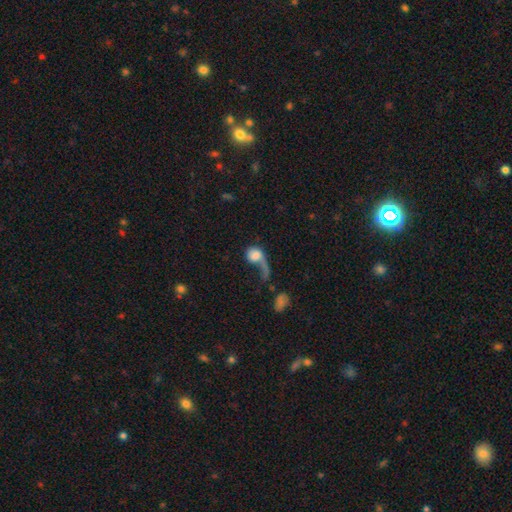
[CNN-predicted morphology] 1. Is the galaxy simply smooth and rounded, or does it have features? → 60% smooth, 31% featured or disk, 9% star or artifact.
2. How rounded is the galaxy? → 54% round, 43% in between, 3% cigar-shaped.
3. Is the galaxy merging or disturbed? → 56% major disturbance, 17% none, 15% merger, 12% minor disturbance.